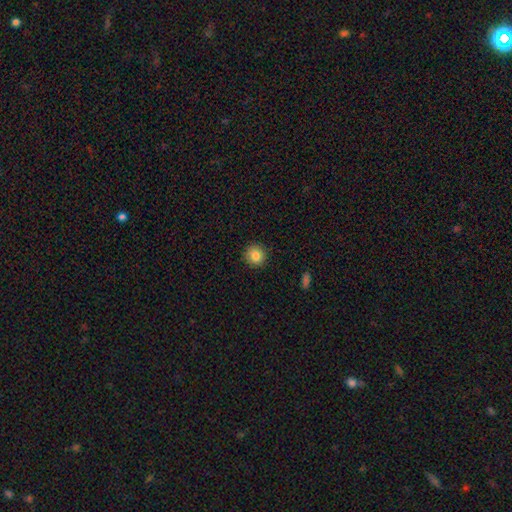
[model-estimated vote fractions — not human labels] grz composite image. It shows a smooth galaxy with no disk features (83%) that is round (93%). Merging: none (90%).